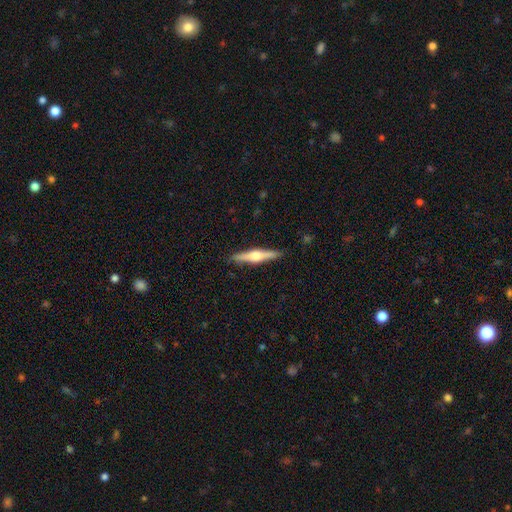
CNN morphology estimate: Smooth or featured? Predicted: featured or disk (p=0.66). Edge-on disk? Predicted: yes (p=0.98). Edge-on bulge? Predicted: rounded (p=0.90). Merging? Predicted: none (p=0.90).